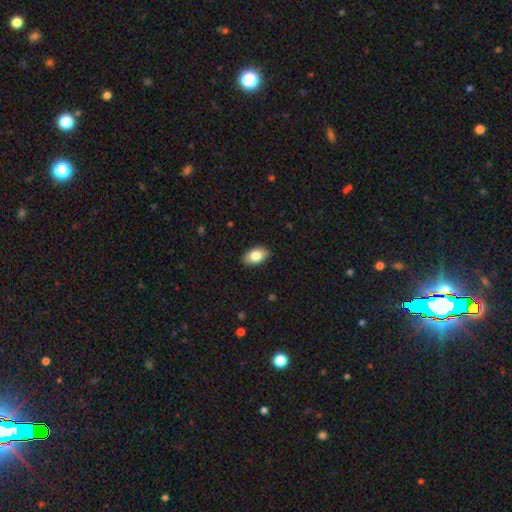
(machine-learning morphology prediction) smooth 81%, featured or disk 12%, star or artifact 7%. Down the decision tree: how rounded — in between (91%); merging — none (88%).